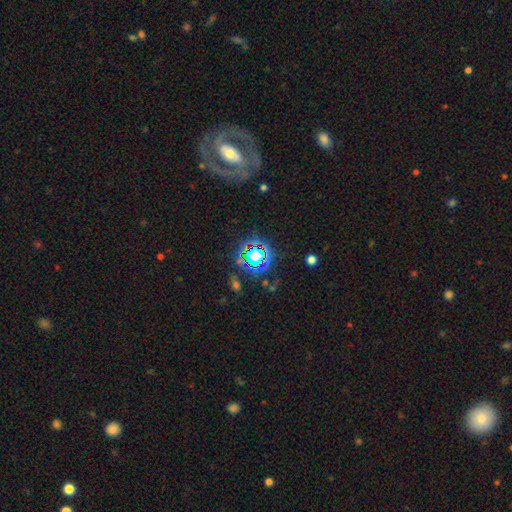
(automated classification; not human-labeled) Overall: star or artifact (70%).